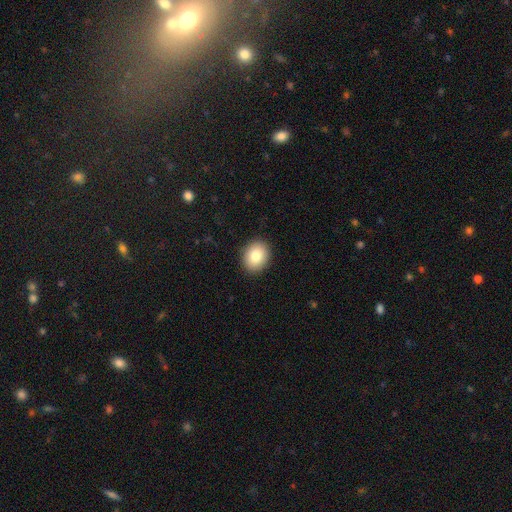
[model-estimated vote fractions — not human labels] Q: Smooth or featured?
A: smooth (82%); runner-up: featured or disk (10%)
Q: How rounded?
A: round (58%); runner-up: in between (41%)
Q: Merging?
A: none (90%); runner-up: minor disturbance (7%)